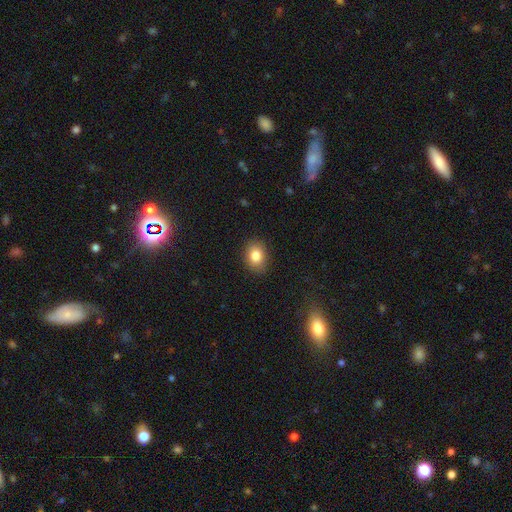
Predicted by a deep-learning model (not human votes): This appears to be a smooth galaxy with no disk features (84%) that is in between round and cigar-shaped (62%). Merging: none (87%).